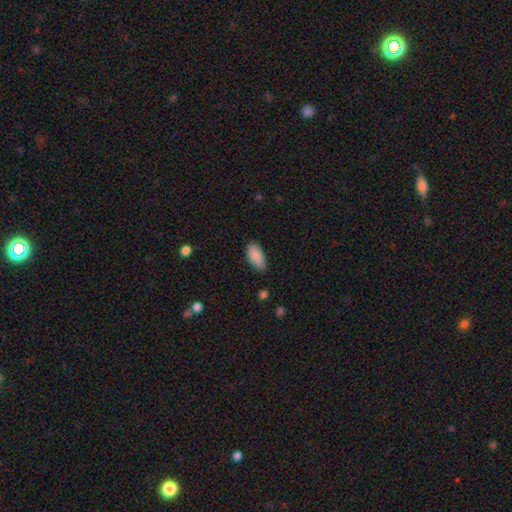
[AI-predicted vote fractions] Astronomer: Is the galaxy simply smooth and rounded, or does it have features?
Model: smooth — 88%.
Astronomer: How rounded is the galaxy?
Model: in between — 91%.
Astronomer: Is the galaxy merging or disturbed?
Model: none — 78%.